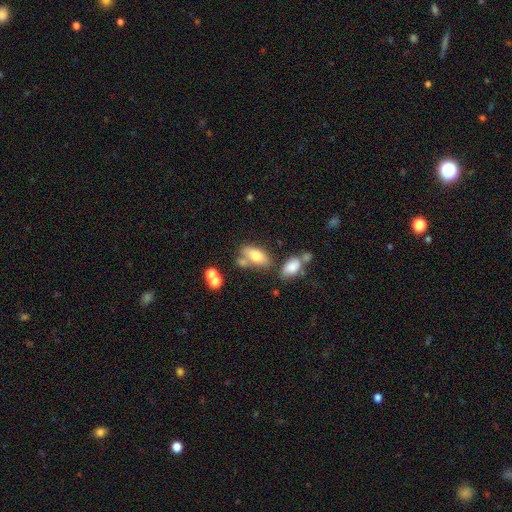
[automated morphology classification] Smooth or featured: smooth — 73% (featured or disk — 18%)
How rounded: in between — 85% (cigar-shaped — 10%)
Merging: none — 53% (merger — 24%)